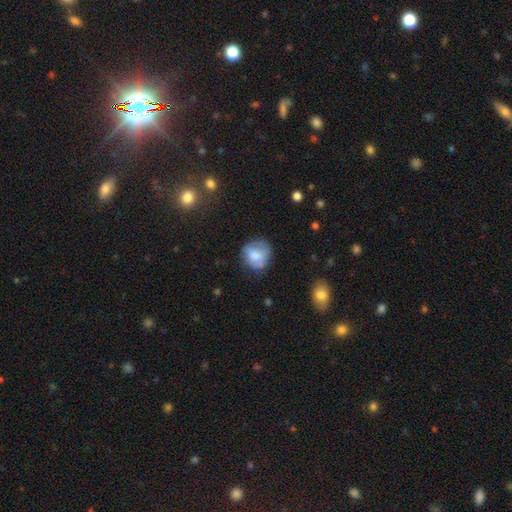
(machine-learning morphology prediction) Q: Smooth or featured?
A: smooth (69%); runner-up: featured or disk (23%)
Q: How rounded?
A: round (77%); runner-up: in between (22%)
Q: Merging?
A: none (61%); runner-up: minor disturbance (26%)